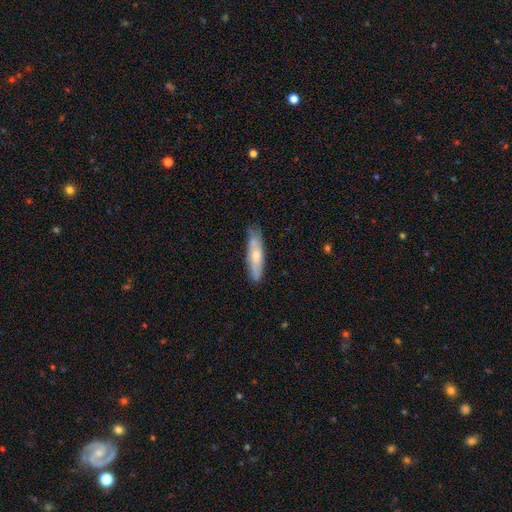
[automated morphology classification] Smooth or featured: smooth — 60% (featured or disk — 35%)
How rounded: cigar-shaped — 70% (in between — 28%)
Merging: none — 73% (minor disturbance — 21%)